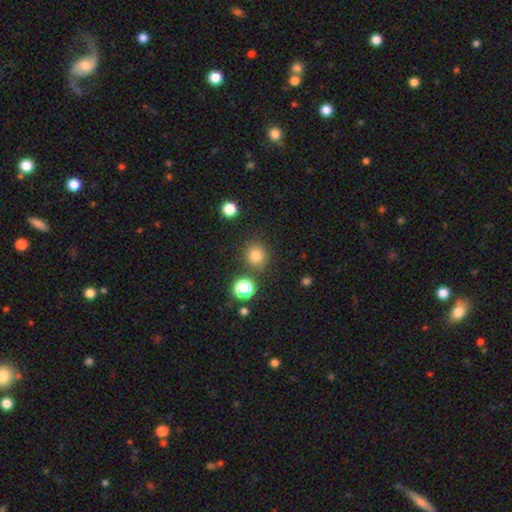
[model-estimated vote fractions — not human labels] Q: Smooth or featured?
A: smooth (80%); runner-up: star or artifact (15%)
Q: How rounded?
A: round (86%); runner-up: in between (13%)
Q: Merging?
A: none (83%); runner-up: minor disturbance (8%)